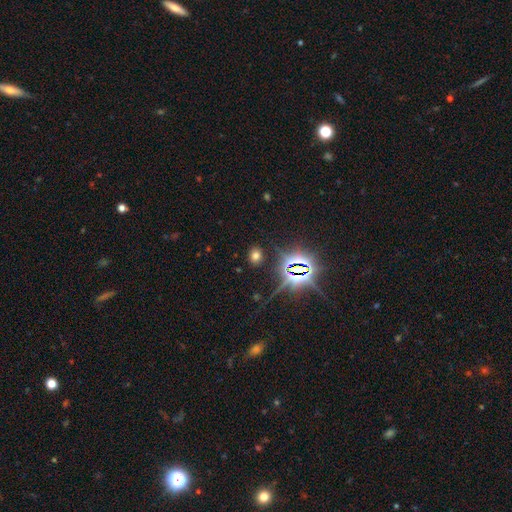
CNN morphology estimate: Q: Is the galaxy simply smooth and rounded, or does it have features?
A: smooth — 60%.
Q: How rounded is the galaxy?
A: in between — 52%.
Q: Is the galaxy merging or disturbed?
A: none — 86%.